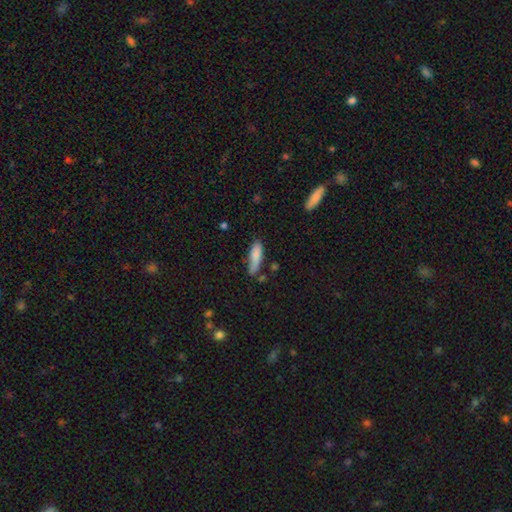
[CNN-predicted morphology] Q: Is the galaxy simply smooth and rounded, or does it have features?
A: smooth — 81%.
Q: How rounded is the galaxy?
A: cigar-shaped — 54%.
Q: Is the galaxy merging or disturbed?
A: none — 62%.